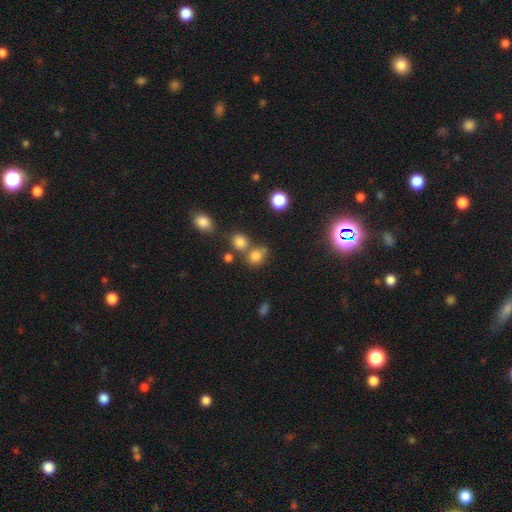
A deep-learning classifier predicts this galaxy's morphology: This is likely a smooth galaxy (77%). How rounded: likely round (72%). Merging: possibly none (55%).